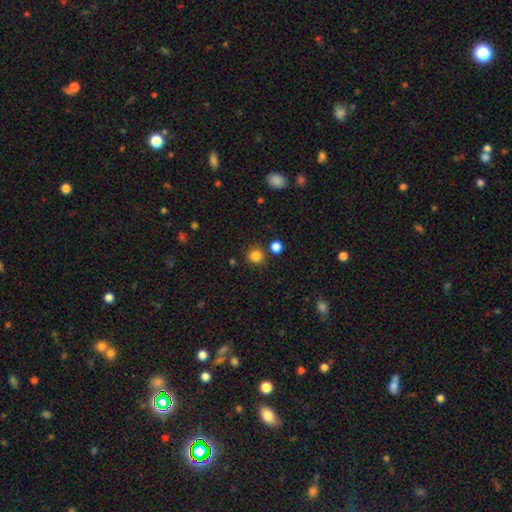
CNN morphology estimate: type=smooth (83%); roundness=round (89%); merging=none (82%).